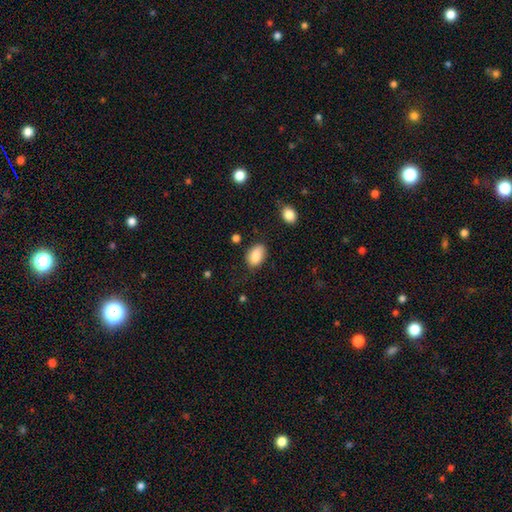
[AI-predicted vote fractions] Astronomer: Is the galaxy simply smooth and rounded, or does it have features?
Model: smooth — 83%.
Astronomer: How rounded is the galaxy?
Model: in between — 87%.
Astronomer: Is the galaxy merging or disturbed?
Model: none — 72%.